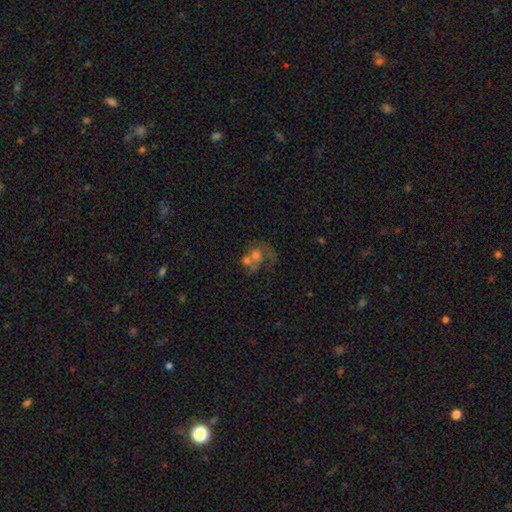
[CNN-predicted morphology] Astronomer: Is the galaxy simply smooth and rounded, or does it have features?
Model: featured or disk — 46% (runner-up: smooth, 39%).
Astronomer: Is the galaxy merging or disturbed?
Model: merger — 47%.